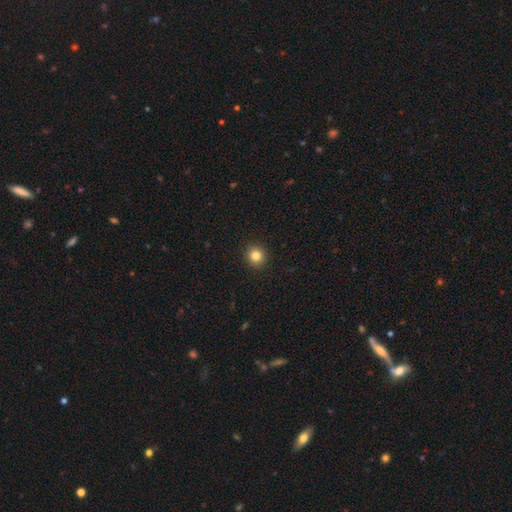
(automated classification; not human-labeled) Smooth or featured?
  - smooth: 83% *
  - star or artifact: 12%
  - featured or disk: 5%
How rounded?
  - round: 91% *
  - in between: 8%
  - cigar-shaped: 1%
Merging?
  - none: 93% *
  - minor disturbance: 5%
  - major disturbance: 2%
  - merger: 1%